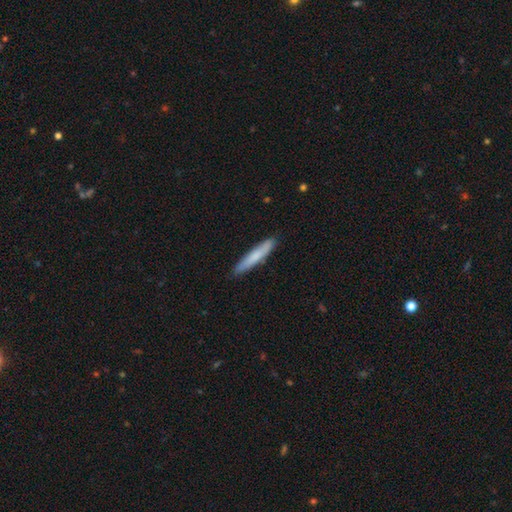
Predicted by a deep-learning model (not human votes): This appears to be a smooth galaxy with no disk features (74%) that is cigar-shaped (93%). Merging: none (88%).